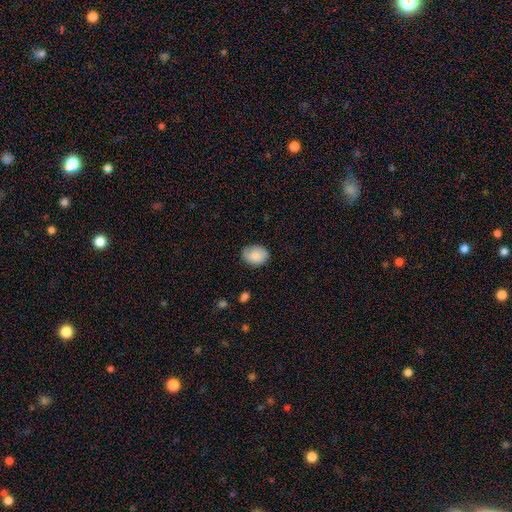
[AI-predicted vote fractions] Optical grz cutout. It shows a smooth galaxy with no disk features (84%) that is in between round and cigar-shaped (60%). Merging: none (77%).